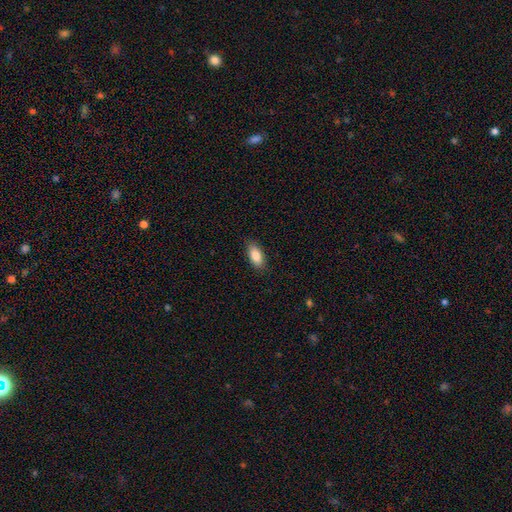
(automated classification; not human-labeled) Smooth or featured?
  - smooth: 85% *
  - featured or disk: 8%
  - star or artifact: 7%
How rounded?
  - in between: 87% *
  - cigar-shaped: 10%
  - round: 3%
Merging?
  - none: 87% *
  - minor disturbance: 10%
  - major disturbance: 2%
  - merger: 1%